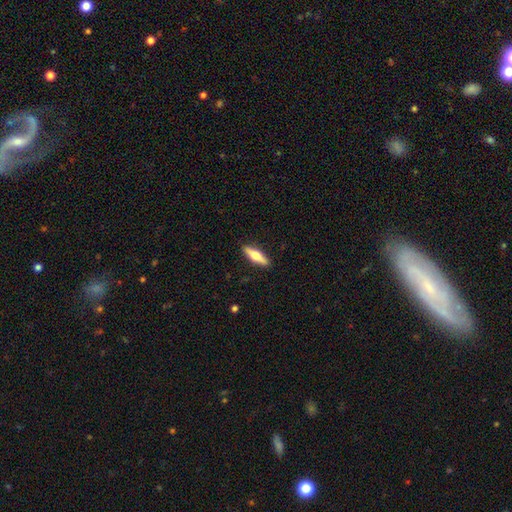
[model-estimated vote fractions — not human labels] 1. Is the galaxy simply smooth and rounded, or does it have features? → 48% smooth, 46% featured or disk, 5% star or artifact.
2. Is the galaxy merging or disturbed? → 90% none, 7% minor disturbance, 2% major disturbance, 1% merger.